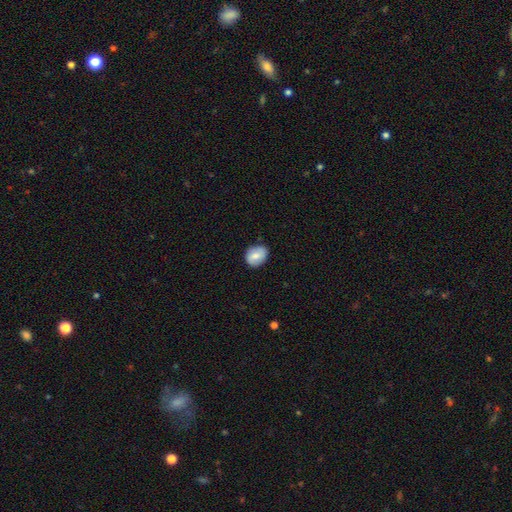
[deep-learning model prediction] This is likely a smooth galaxy (72%). How rounded: possibly round (54%). Merging: clearly none (82%).